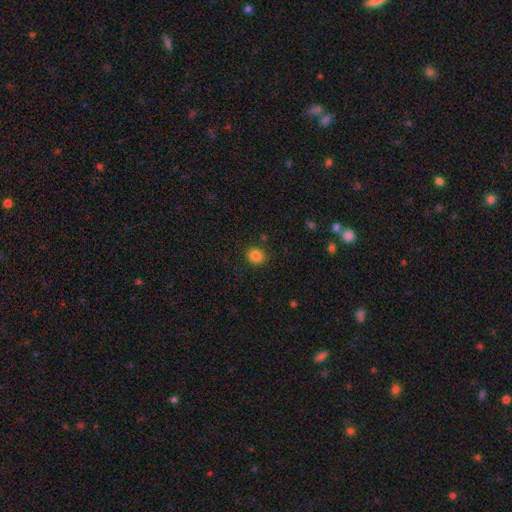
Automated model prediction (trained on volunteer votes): smooth-or-featured: smooth: 84% | star or artifact: 12% | featured or disk: 5%
  how-rounded: round: 80% | in between: 19% | cigar-shaped: 1%
  merging: none: 88% | minor disturbance: 8% | major disturbance: 2% | merger: 2%